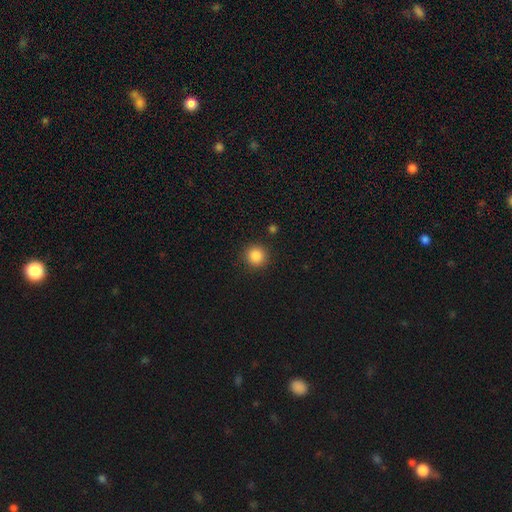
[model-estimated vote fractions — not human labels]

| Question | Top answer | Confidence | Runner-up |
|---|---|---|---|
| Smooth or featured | smooth | 85% | star or artifact (11%) |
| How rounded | round | 94% | in between (5%) |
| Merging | none | 90% | minor disturbance (6%) |